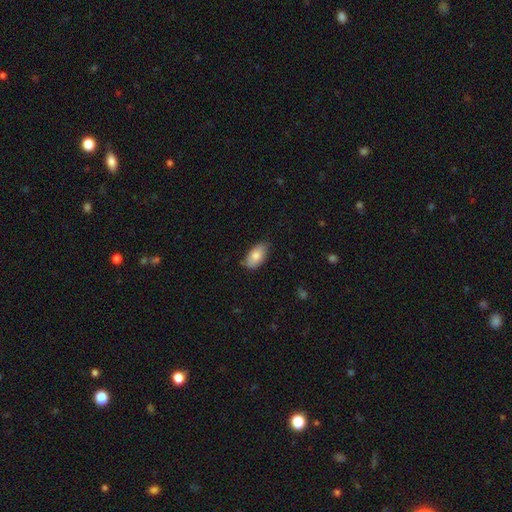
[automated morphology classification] This appears to be a smooth galaxy with no disk features (80%) that is in between round and cigar-shaped (93%). Merging: none (75%).